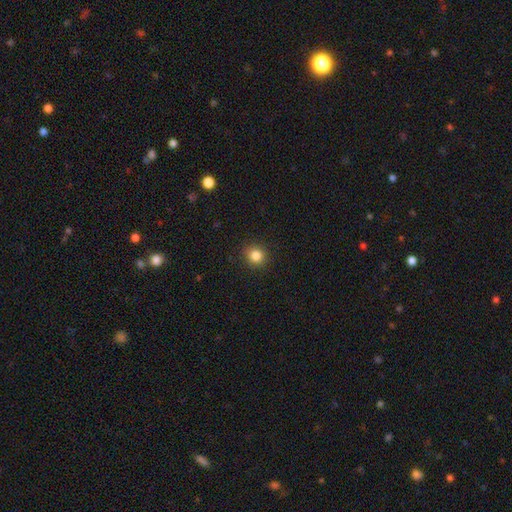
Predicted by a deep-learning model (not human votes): Overall: smooth (84%). How rounded: round (89%). Merging: none (91%).